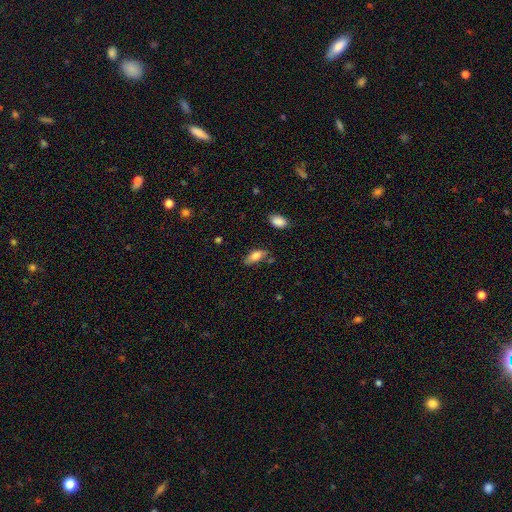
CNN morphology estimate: This appears to be a smooth galaxy with no disk features (77%) that is in between round and cigar-shaped (81%). Merging: none (67%).